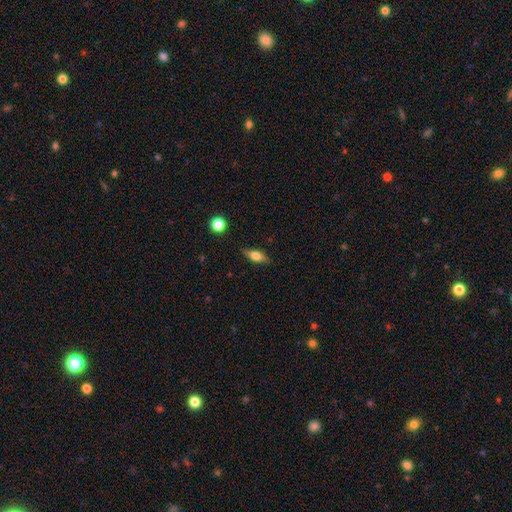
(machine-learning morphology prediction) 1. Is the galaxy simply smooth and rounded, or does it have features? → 54% smooth, 37% featured or disk, 8% star or artifact.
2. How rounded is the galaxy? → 67% in between, 26% cigar-shaped, 7% round.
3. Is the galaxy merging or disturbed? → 84% none, 12% minor disturbance, 3% major disturbance, 1% merger.